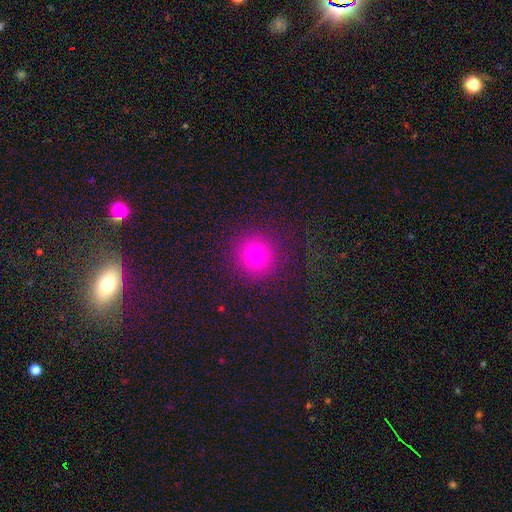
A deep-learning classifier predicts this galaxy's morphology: This is likely a smooth galaxy (77%). How rounded: clearly round (94%). Merging: clearly none (89%).